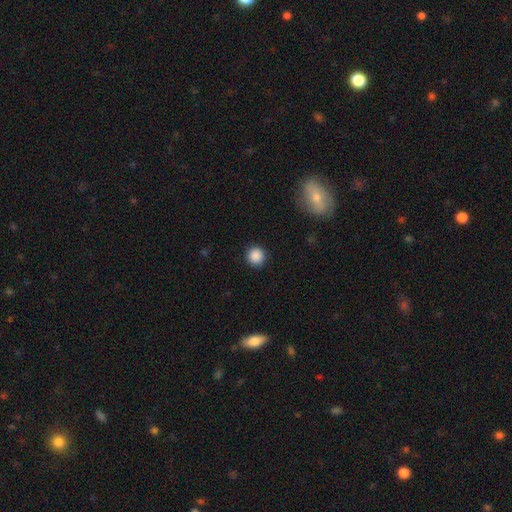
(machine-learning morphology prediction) smooth_or_featured: smooth (p=0.88) [alt: star or artifact p=0.10]
how_rounded: round (p=0.94) [alt: in between p=0.05]
merging: none (p=0.91) [alt: minor disturbance p=0.06]